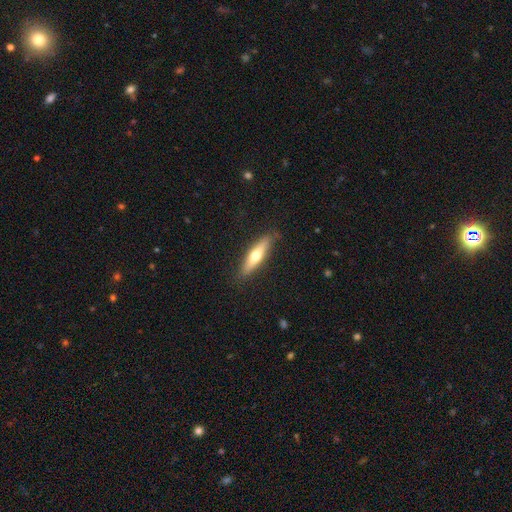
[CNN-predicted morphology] type=smooth (51%); roundness=cigar-shaped (74%); merging=none (87%).